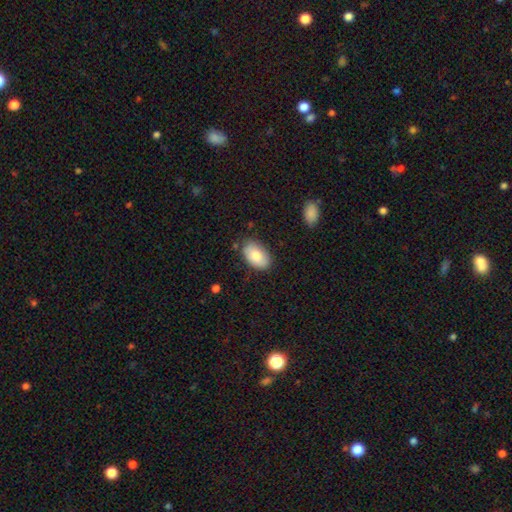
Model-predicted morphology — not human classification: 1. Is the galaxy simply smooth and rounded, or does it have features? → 82% smooth, 12% featured or disk, 6% star or artifact.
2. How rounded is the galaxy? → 93% in between, 6% round, 1% cigar-shaped.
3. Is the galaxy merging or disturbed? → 79% none, 16% minor disturbance, 3% major disturbance, 2% merger.